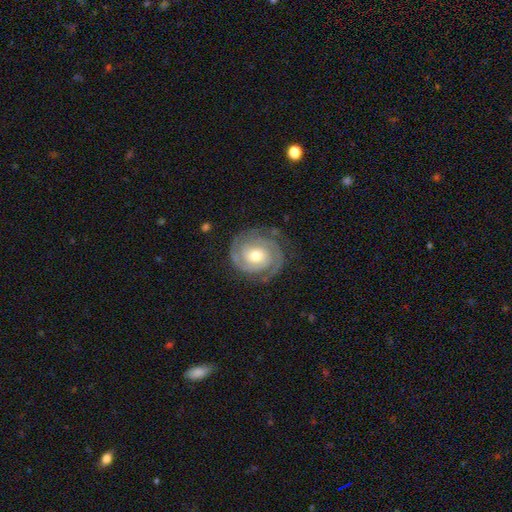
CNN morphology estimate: smooth-or-featured: featured or disk: 89% | smooth: 7% | star or artifact: 4%
  disk-edge-on: no: 98% | yes: 2%
    bar: no: 68% | weak: 25% | strong: 8%
    has-spiral-arms: yes: 97% | no: 3%
      spiral-winding: tight: 74% | medium: 22% | loose: 4%
      spiral-arm-count: 2: 78% | 3: 8% | can't tell: 6% | 1: 3% | 4: 2% | more than 4: 2%
    bulge-size: moderate: 71% | small: 21% | large: 6% | dominant: 1% | none: 1%
  merging: none: 81% | minor disturbance: 13% | major disturbance: 5% | merger: 1%